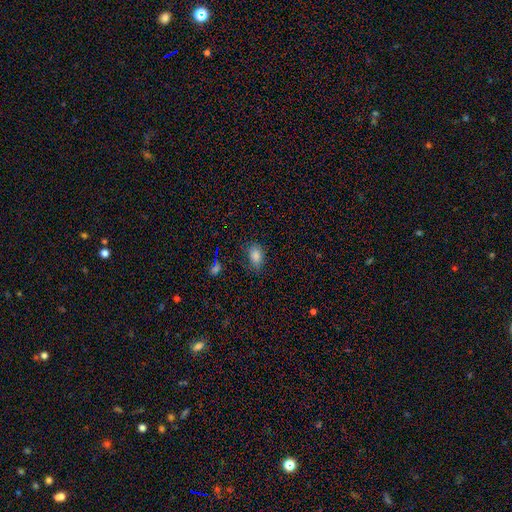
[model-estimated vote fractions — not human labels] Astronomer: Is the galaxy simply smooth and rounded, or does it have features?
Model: smooth — 78%.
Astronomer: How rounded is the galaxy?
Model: in between — 79%.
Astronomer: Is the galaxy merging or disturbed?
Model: none — 73%.